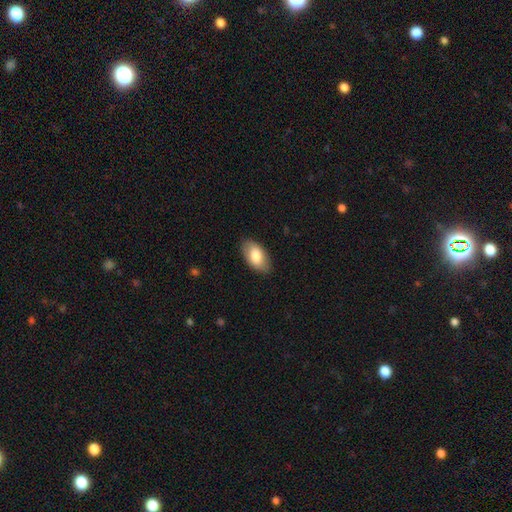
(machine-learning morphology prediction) A smooth galaxy with no disk features (80%) that is in between round and cigar-shaped (95%). Merging: none (85%).